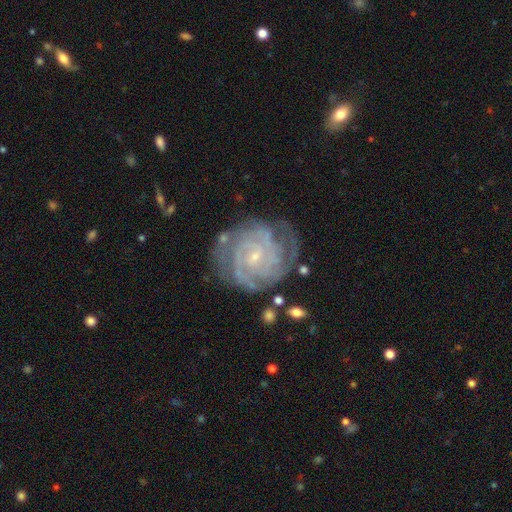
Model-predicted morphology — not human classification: A featured or disk galaxy (88%) with no bar (65%), tight (79%) spiral arms (97%) and a small central bulge (82%). Merging: none (71%).